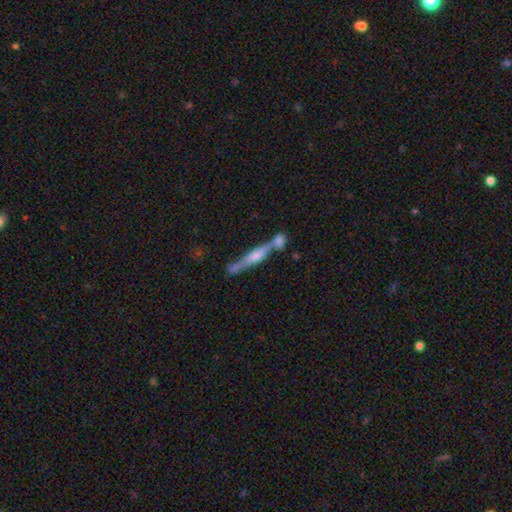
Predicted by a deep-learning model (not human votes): Smooth or featured?
  - featured or disk: 67% *
  - smooth: 26%
  - star or artifact: 7%
Edge-on disk?
  - yes: 94% *
  - no: 6%
Edge-on bulge?
  - rounded: 75% *
  - boxy: 14%
  - none: 11%
Merging?
  - none: 55% *
  - merger: 29%
  - minor disturbance: 12%
  - major disturbance: 4%